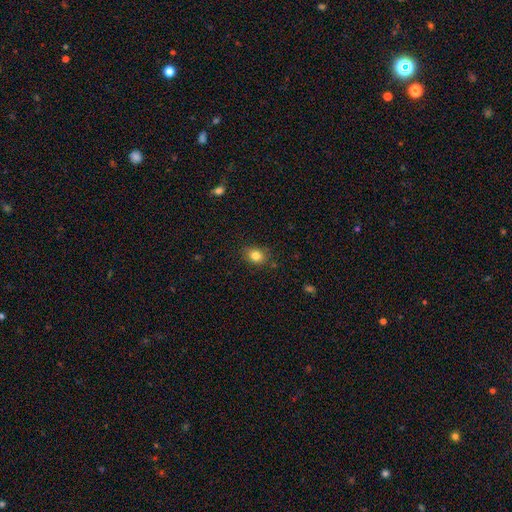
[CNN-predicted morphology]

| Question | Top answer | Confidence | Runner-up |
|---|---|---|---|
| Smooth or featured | smooth | 82% | star or artifact (11%) |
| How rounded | in between | 53% | round (46%) |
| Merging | none | 84% | minor disturbance (12%) |